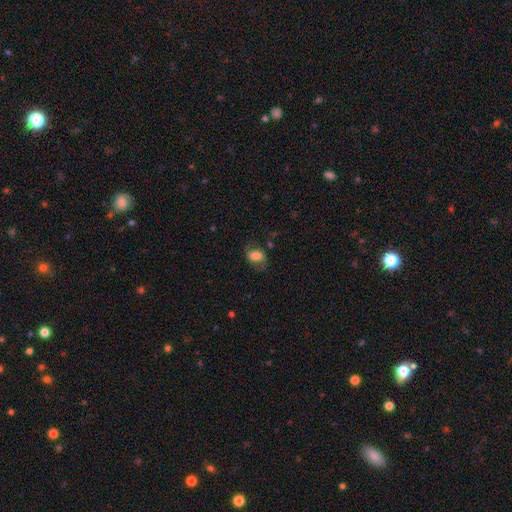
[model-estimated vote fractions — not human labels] A smooth galaxy with no disk features (71%) that is in between round and cigar-shaped (81%). Merging: none (58%).